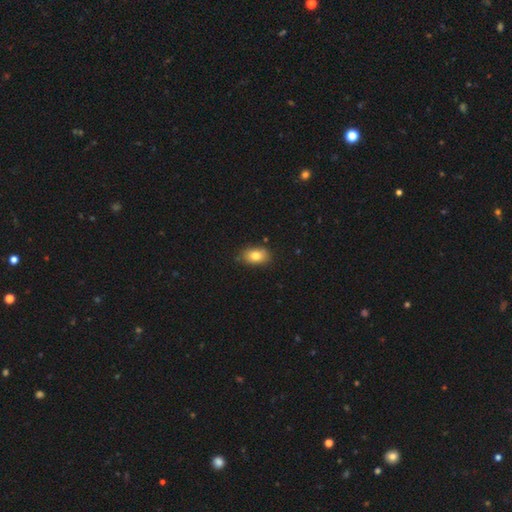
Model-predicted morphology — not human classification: Smooth or featured? smooth (81%)
How rounded? in between (85%)
Merging? none (80%)